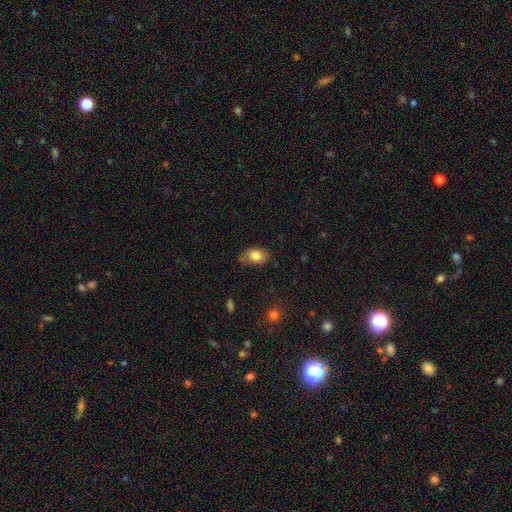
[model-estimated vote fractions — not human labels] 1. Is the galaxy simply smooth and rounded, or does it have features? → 81% smooth, 11% featured or disk, 8% star or artifact.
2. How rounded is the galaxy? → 82% in between, 16% round, 2% cigar-shaped.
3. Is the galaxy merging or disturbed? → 68% none, 25% minor disturbance, 5% major disturbance, 2% merger.